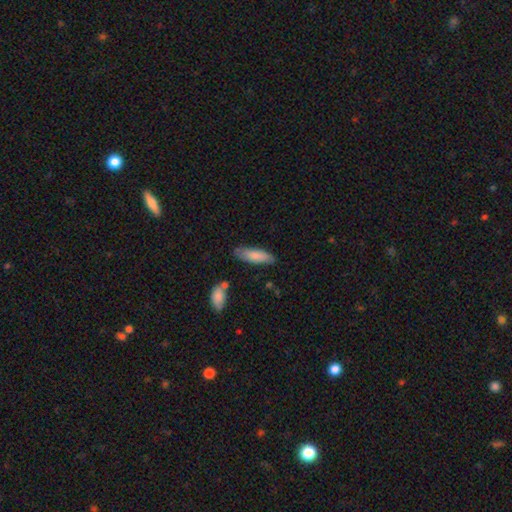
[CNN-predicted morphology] A smooth galaxy with no disk features (80%) that is cigar-shaped (49%, tied with in between). Merging: none (79%).